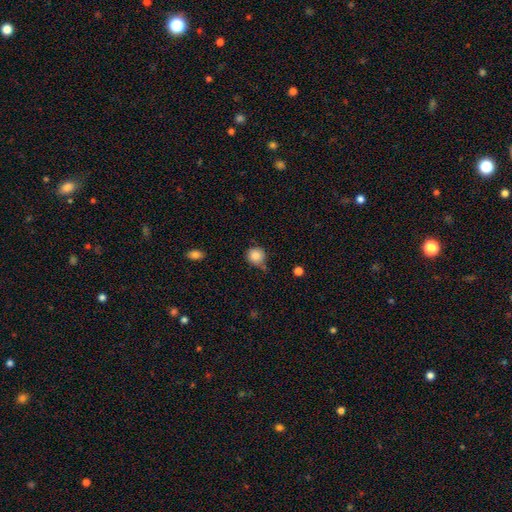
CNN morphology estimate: This is clearly a smooth galaxy (85%). How rounded: clearly round (90%). Merging: possibly none (59%).